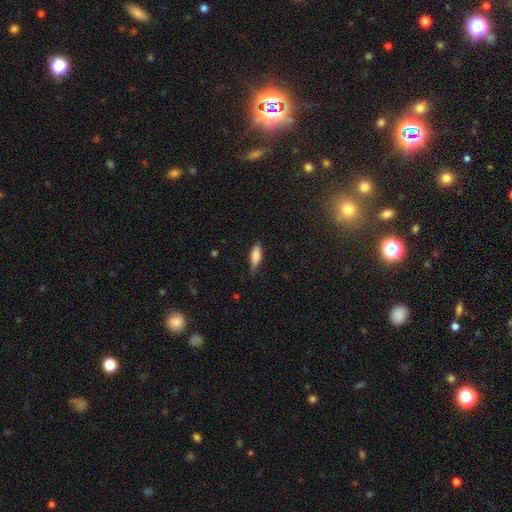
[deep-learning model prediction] This is clearly a smooth galaxy (82%). How rounded: likely in between (70%). Merging: likely none (68%).